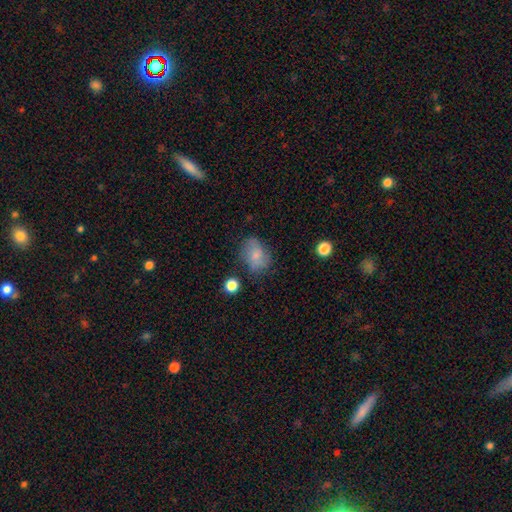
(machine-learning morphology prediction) type=smooth (70%); roundness=in between (66%); merging=none (63%).